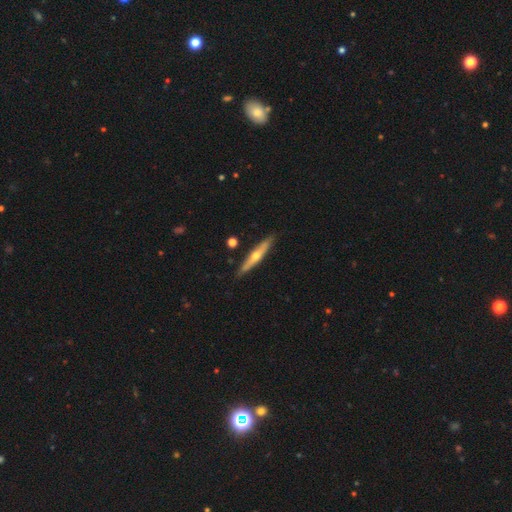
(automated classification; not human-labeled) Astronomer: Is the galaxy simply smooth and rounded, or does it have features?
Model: featured or disk — 60%.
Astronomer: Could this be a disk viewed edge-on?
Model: yes — 93%.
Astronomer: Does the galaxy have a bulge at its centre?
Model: rounded — 87%.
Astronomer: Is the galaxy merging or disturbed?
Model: none — 87%.